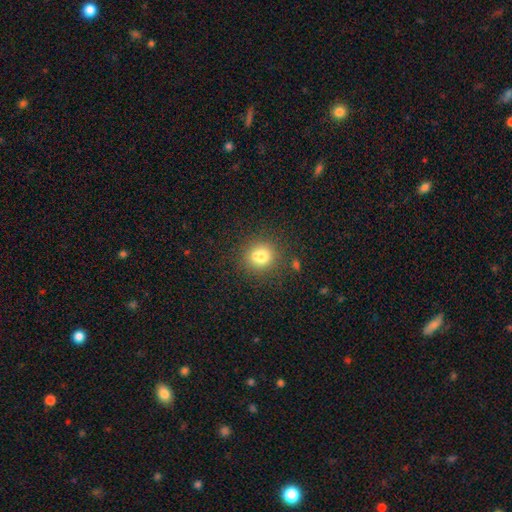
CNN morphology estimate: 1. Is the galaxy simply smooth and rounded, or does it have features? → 75% smooth, 13% star or artifact, 12% featured or disk.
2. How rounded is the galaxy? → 86% round, 13% in between, 1% cigar-shaped.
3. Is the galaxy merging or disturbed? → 69% none, 16% merger, 11% minor disturbance, 4% major disturbance.